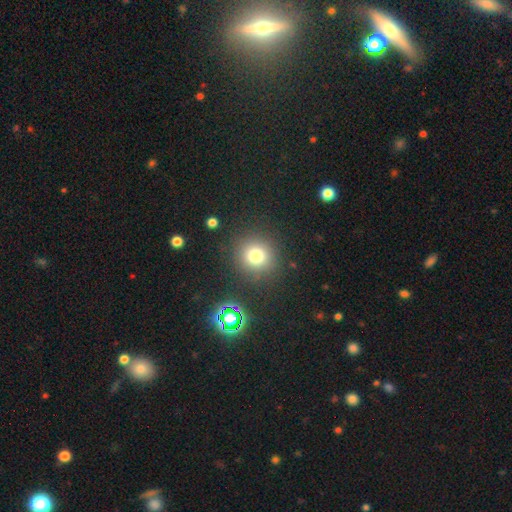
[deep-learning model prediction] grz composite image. It shows a smooth galaxy with no disk features (75%) that is round (92%). Merging: none (88%).